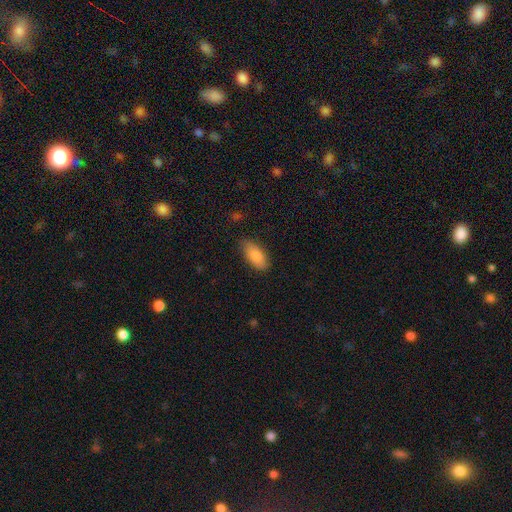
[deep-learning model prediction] The model was most divided on "smooth or featured": smooth: 79%, featured or disk: 14%, star or artifact: 7%. More confident: how rounded — in between (88%); merging — none (83%).